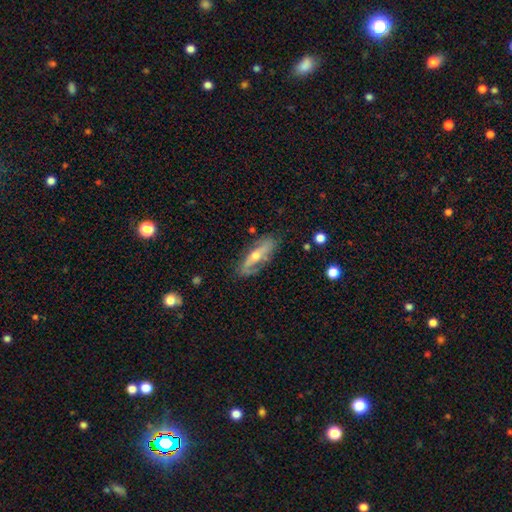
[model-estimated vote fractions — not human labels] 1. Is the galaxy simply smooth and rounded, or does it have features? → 67% featured or disk, 26% smooth, 6% star or artifact.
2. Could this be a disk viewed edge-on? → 64% no, 36% yes.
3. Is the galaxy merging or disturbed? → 74% none, 18% minor disturbance, 6% major disturbance, 2% merger.